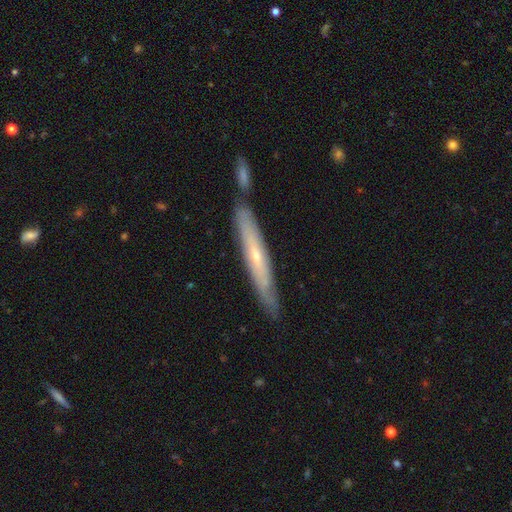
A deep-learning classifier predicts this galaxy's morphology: A featured or disk galaxy (62%) viewed edge-on (76%).

Vote fractions:
- Smooth or featured? featured or disk: 62% / smooth: 32% / star or artifact: 6%
- Edge-on disk? yes: 76% / no: 24%
- Merging? none: 73% / minor disturbance: 13% / merger: 11% / major disturbance: 3%